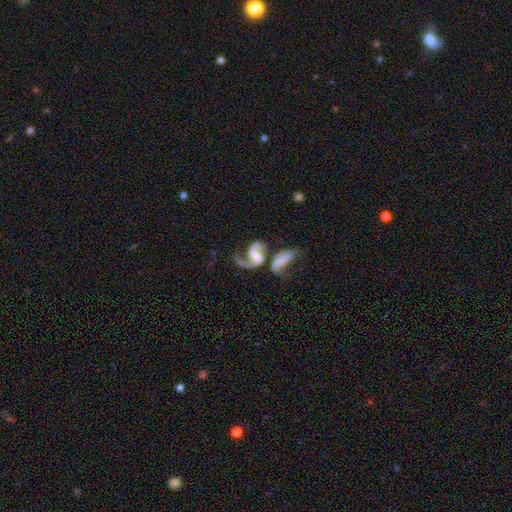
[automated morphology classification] smooth_or_featured: featured or disk (p=0.81) [alt: smooth p=0.12]
disk_edge_on: no (p=0.97) [alt: yes p=0.03]
bar: weak (p=0.38) [alt: no p=0.33]
has_spiral_arms: yes (p=0.92) [alt: no p=0.08]
spiral_winding: loose (p=0.60) [alt: medium p=0.32]
spiral_arm_count: 2 (p=0.64) [alt: 1 p=0.30]
bulge_size: none (p=0.43) [alt: small p=0.22]
merging: merger (p=0.48) [alt: none p=0.23]